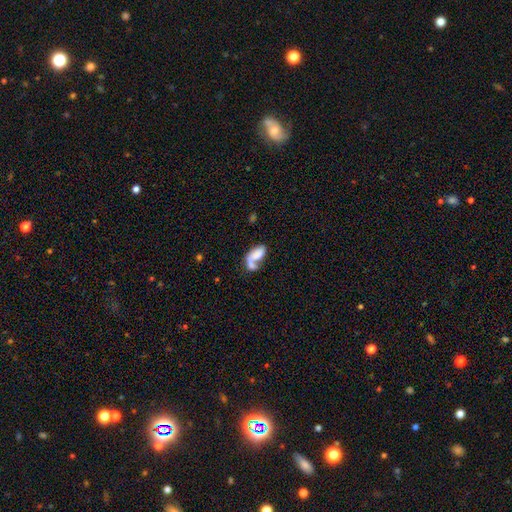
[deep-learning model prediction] smooth-or-featured: smooth: 59% | featured or disk: 32% | star or artifact: 8%
  how-rounded: in between: 89% | round: 6% | cigar-shaped: 5%
  merging: merger: 49% | none: 22% | major disturbance: 17% | minor disturbance: 12%